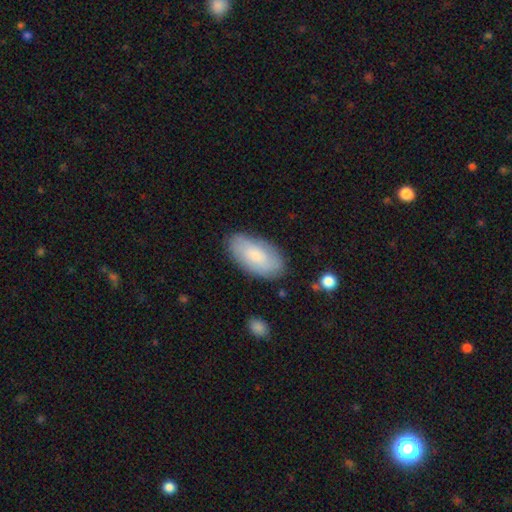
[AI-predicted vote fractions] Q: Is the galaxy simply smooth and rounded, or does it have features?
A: smooth — 67%.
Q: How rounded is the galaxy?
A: in between — 94%.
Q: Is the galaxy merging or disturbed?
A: none — 80%.